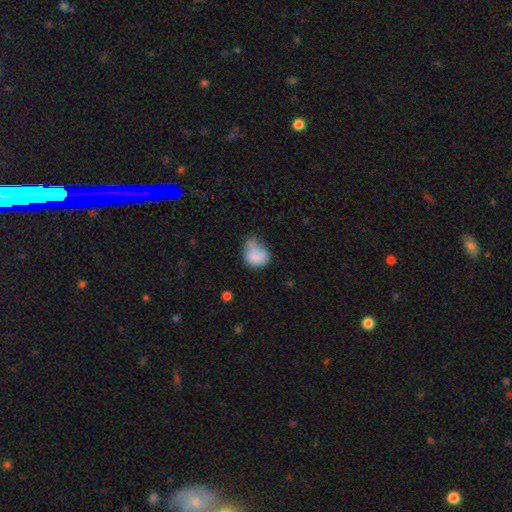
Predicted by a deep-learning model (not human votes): smooth-or-featured: smooth: 78% | featured or disk: 13% | star or artifact: 8%
  how-rounded: in between: 51% | round: 48% | cigar-shaped: 1%
  merging: minor disturbance: 37% | none: 29% | major disturbance: 20% | merger: 14%